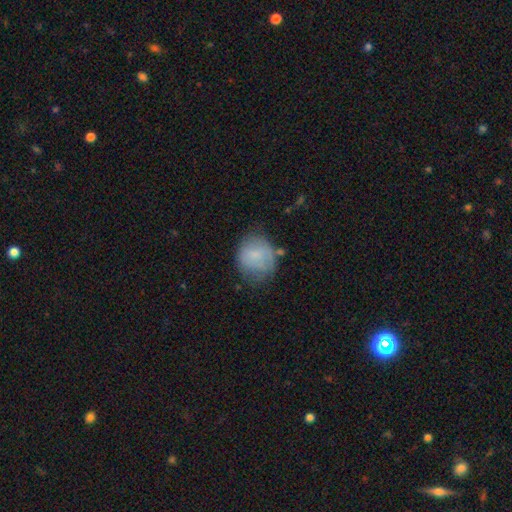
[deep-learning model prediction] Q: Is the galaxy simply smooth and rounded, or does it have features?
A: smooth — 73%.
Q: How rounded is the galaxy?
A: round — 73%.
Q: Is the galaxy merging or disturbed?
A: none — 52%.